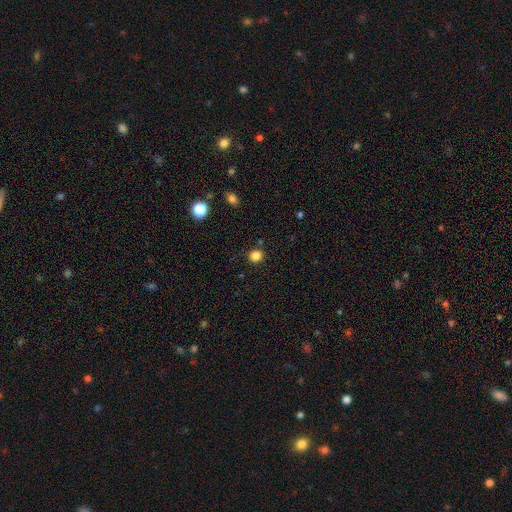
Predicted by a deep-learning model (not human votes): Smooth or featured: smooth — 83% (star or artifact — 13%)
How rounded: round — 87% (in between — 12%)
Merging: none — 87% (minor disturbance — 8%)